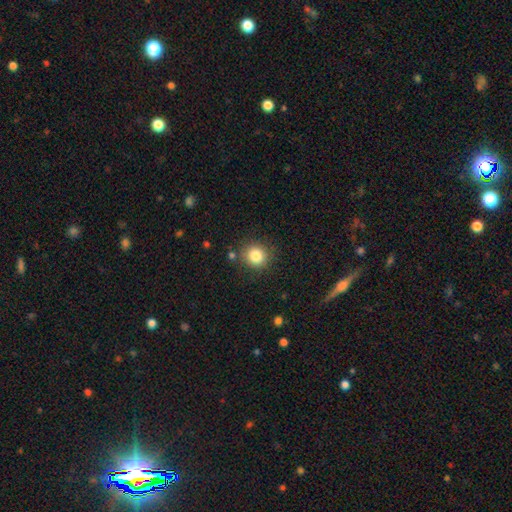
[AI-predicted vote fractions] A smooth galaxy with no disk features (83%) that is round (87%).

Vote fractions:
- Smooth or featured? smooth: 83% / star or artifact: 11% / featured or disk: 6%
- How rounded? round: 87% / in between: 12% / cigar-shaped: 1%
- Merging? none: 85% / minor disturbance: 9% / merger: 3% / major disturbance: 3%